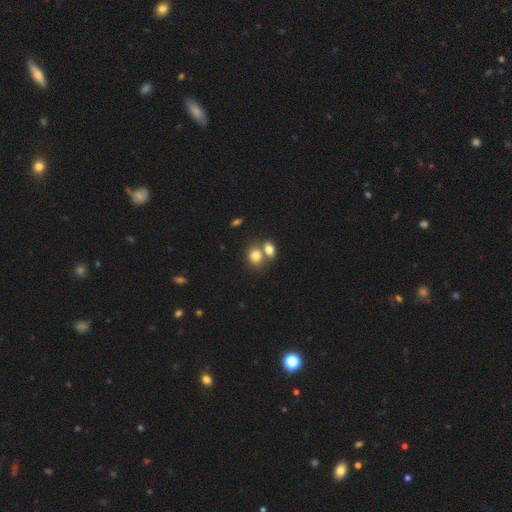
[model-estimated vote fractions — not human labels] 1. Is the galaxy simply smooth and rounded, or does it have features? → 80% smooth, 10% featured or disk, 10% star or artifact.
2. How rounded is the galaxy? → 50% in between, 48% round, 1% cigar-shaped.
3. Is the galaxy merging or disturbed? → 51% merger, 38% none, 8% minor disturbance, 3% major disturbance.